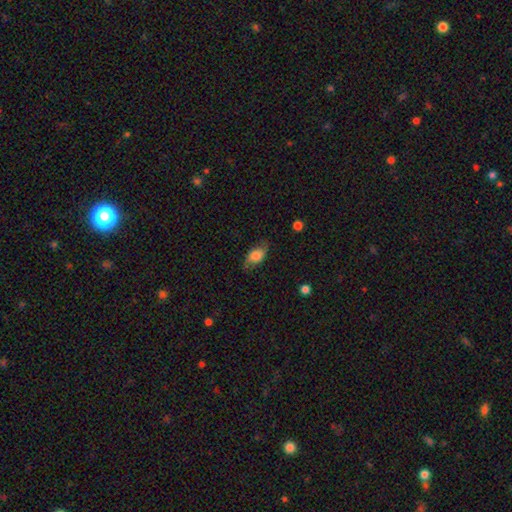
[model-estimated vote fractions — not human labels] Smooth or featured? Predicted: smooth (p=0.69). How rounded? Predicted: in between (p=0.87). Merging? Predicted: none (p=0.69).